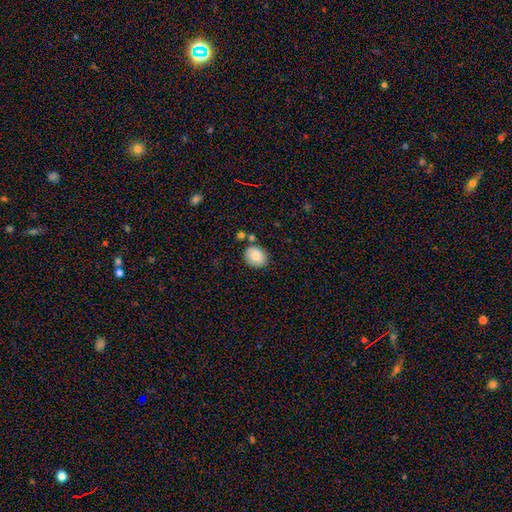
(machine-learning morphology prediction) Smooth or featured? smooth (84%)
How rounded? round (52%)
Merging? none (75%)